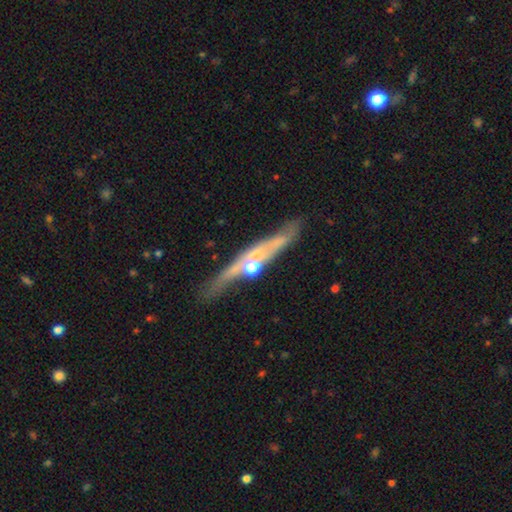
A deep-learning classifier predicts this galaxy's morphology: featured or disk 65%, smooth 27%, star or artifact 8%. Down the decision tree: edge-on disk — yes (83%); edge-on bulge — rounded (85%); merging — none (63%).